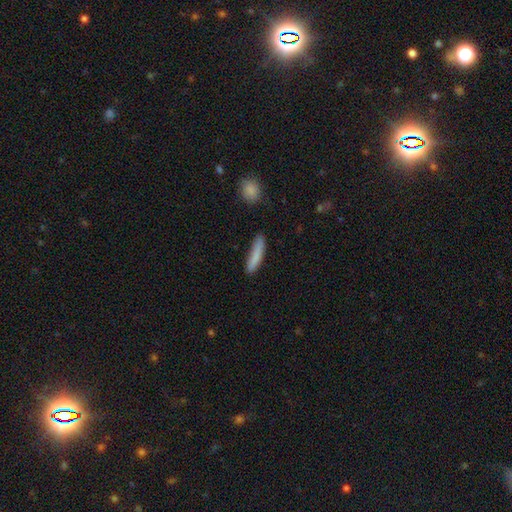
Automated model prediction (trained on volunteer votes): smooth_or_featured: smooth (p=0.84) [alt: featured or disk p=0.10]
how_rounded: cigar-shaped (p=0.87) [alt: in between p=0.12]
merging: none (p=0.82) [alt: minor disturbance p=0.13]